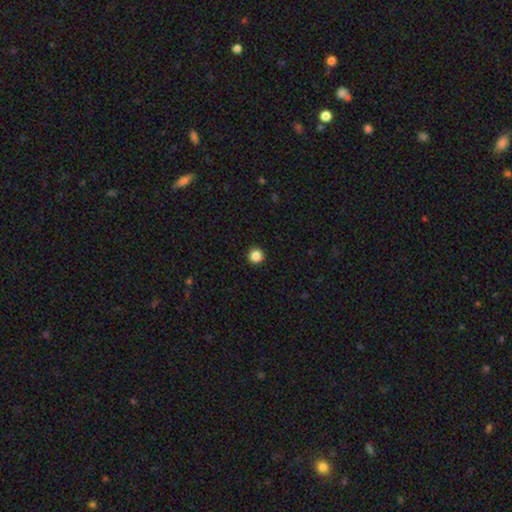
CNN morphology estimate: type=smooth (86%); roundness=round (96%); merging=none (93%).